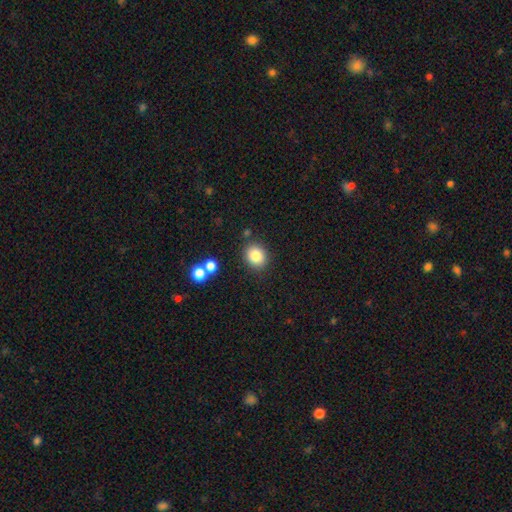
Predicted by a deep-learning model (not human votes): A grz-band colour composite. It shows a smooth galaxy with no disk features (83%) that is round (68%). Merging: none (84%).